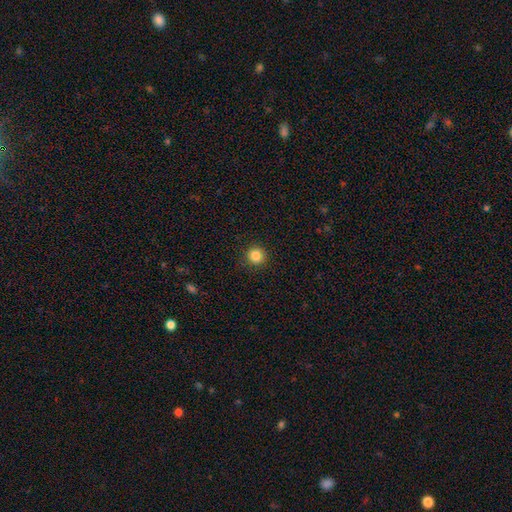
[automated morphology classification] A smooth galaxy with no disk features (85%) that is round (93%).

Vote fractions:
- Smooth or featured? smooth: 85% / star or artifact: 11% / featured or disk: 4%
- How rounded? round: 93% / in between: 6% / cigar-shaped: 1%
- Merging? none: 91% / minor disturbance: 6% / major disturbance: 2% / merger: 1%